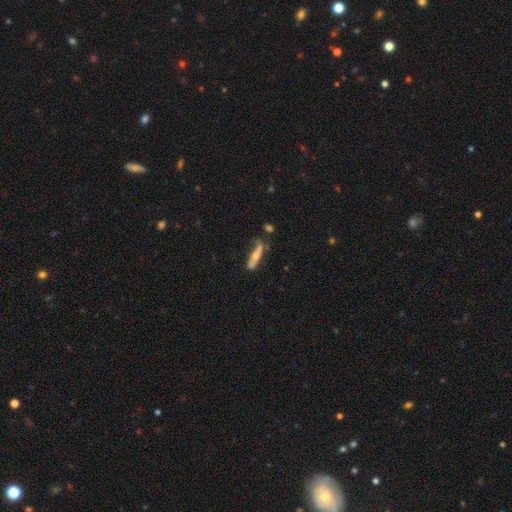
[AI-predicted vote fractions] This is possibly a featured or disk galaxy (49%). Merging: possibly none (52%).